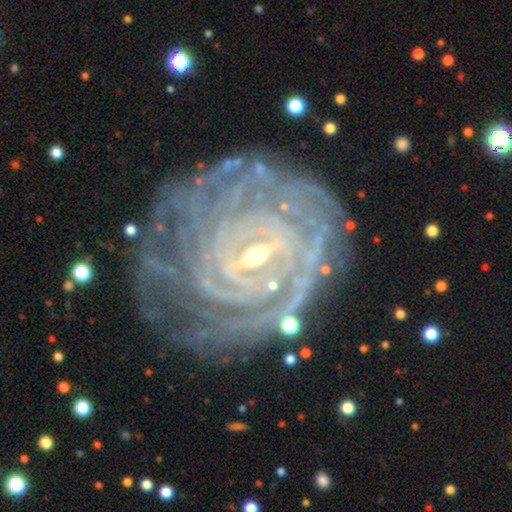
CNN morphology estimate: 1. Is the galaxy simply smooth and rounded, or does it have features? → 91% featured or disk, 5% star or artifact, 4% smooth.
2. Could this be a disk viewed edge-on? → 97% no, 3% yes.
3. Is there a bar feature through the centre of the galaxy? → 44% weak, 39% strong, 18% no.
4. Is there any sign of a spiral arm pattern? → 98% yes, 2% no.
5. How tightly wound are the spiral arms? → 84% tight, 13% medium, 3% loose.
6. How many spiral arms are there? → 25% can't tell, 22% 4, 16% more than 4, 16% 3, 14% 2, 8% 1.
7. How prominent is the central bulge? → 56% small, 40% moderate, 2% large, 1% none, 1% dominant.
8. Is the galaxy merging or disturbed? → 65% none, 21% minor disturbance, 11% major disturbance, 3% merger.